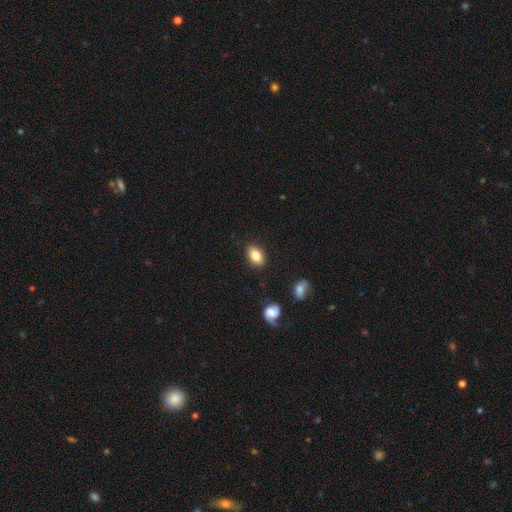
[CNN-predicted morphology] Smooth or featured: smooth — 84% (featured or disk — 8%)
How rounded: in between — 85% (round — 13%)
Merging: none — 87% (minor disturbance — 9%)